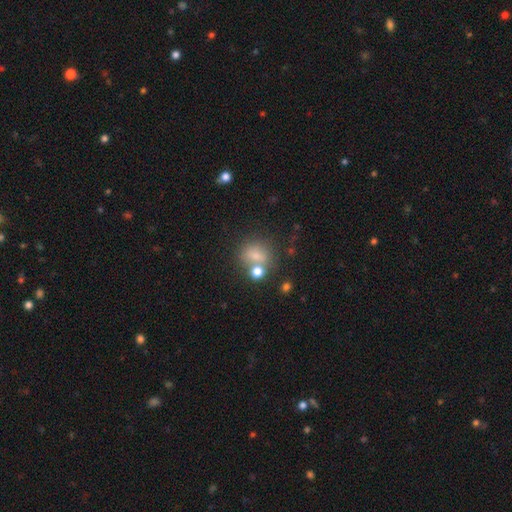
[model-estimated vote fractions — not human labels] Morphology: type=smooth (67%); roundness=round (60%); merging=none (57%).